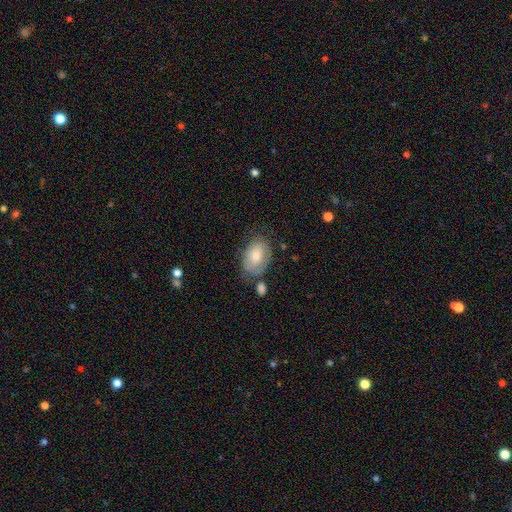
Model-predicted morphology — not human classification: Q: Smooth or featured?
A: smooth (53%); runner-up: featured or disk (40%)
Q: How rounded?
A: in between (83%); runner-up: round (16%)
Q: Merging?
A: none (60%); runner-up: minor disturbance (24%)